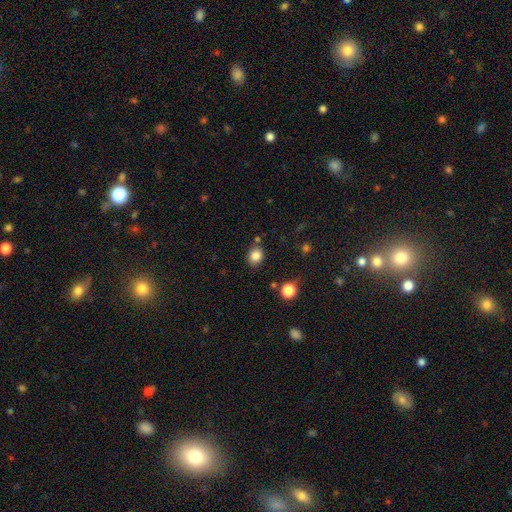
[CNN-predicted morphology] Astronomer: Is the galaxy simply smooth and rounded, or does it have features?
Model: smooth — 84%.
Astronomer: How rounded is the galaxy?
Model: round — 58% (runner-up: in between, 41%).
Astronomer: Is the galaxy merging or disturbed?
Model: none — 77%.